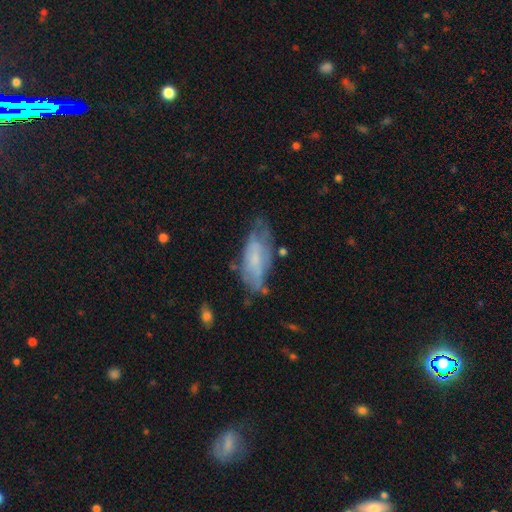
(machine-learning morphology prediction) smooth-or-featured: smooth: 47% | featured or disk: 45% | star or artifact: 8%
  merging: none: 46% | minor disturbance: 33% | major disturbance: 16% | merger: 5%